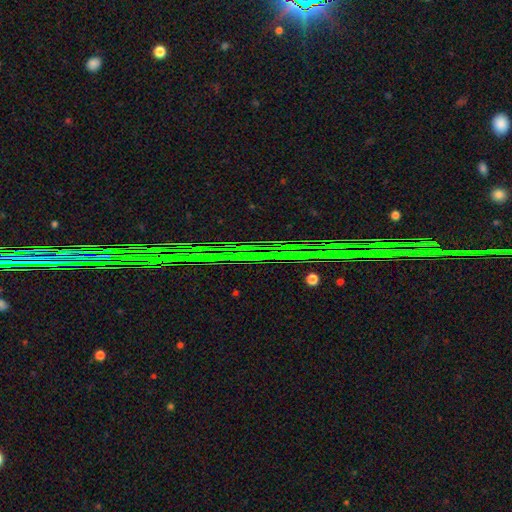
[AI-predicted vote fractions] smooth-or-featured: star or artifact: 86% | featured or disk: 8% | smooth: 6%